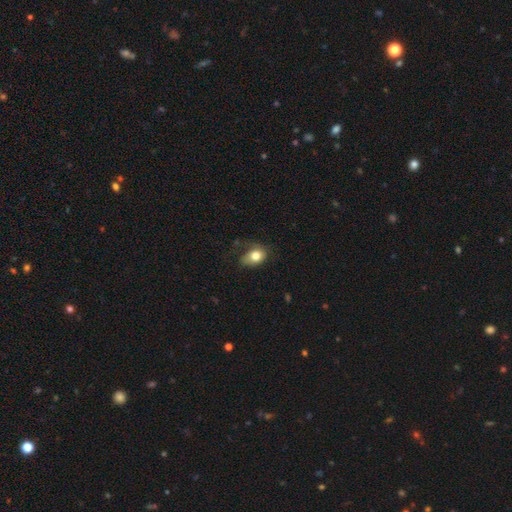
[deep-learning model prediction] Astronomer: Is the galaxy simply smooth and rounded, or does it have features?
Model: smooth — 77%.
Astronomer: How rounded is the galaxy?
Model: in between — 74%.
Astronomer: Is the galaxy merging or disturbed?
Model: none — 45% (runner-up: minor disturbance, 32%).